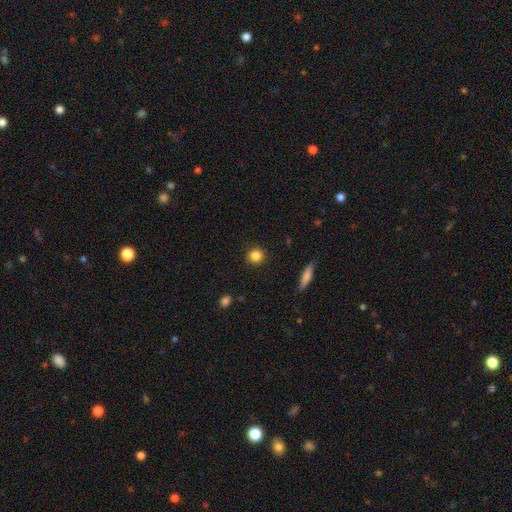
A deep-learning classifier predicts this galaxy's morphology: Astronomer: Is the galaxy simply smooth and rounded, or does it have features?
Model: smooth — 85%.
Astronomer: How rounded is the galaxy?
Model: round — 89%.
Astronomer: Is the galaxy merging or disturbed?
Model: none — 90%.